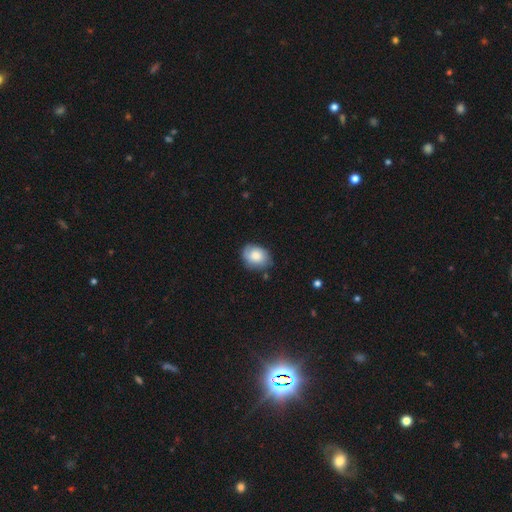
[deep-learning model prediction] A smooth galaxy with no disk features (70%) that is in between round and cigar-shaped (59%).

Vote fractions:
- Smooth or featured? smooth: 70% / featured or disk: 22% / star or artifact: 8%
- How rounded? in between: 59% / round: 40% / cigar-shaped: 1%
- Merging? none: 69% / minor disturbance: 24% / major disturbance: 5% / merger: 2%